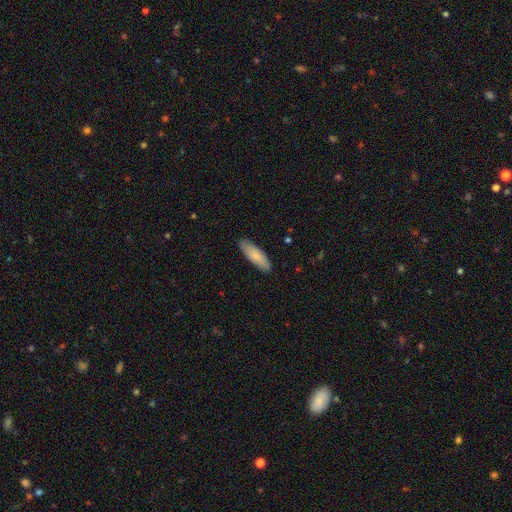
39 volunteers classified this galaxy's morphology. A smooth galaxy with no disk features (82%) that is cigar-shaped (56%). Merging: none (92%).